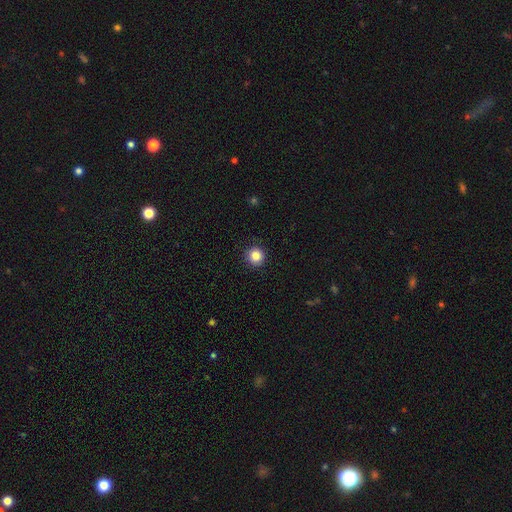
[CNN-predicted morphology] Smooth or featured: smooth — 86% (star or artifact — 10%)
How rounded: round — 94% (in between — 5%)
Merging: none — 90% (minor disturbance — 7%)